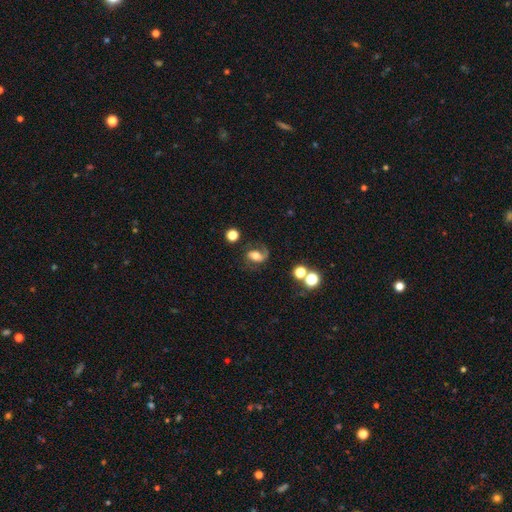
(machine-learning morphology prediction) Smooth or featured? featured or disk (62%)
Edge-on disk? no (96%)
Bar? no (46%)
Spiral arms? yes (88%)
Spiral winding? loose (44%)
Spiral arm count? 2 (58%)
Bulge size? moderate (60%)
Merging? none (54%)